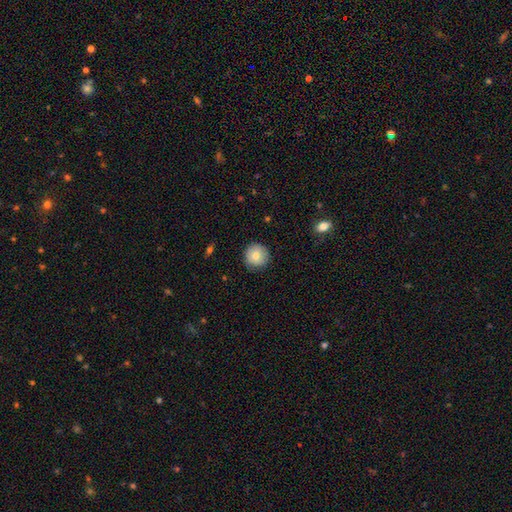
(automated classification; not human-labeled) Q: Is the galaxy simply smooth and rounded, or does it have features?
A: smooth — 79%.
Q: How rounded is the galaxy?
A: round — 94%.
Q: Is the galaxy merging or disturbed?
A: none — 84%.